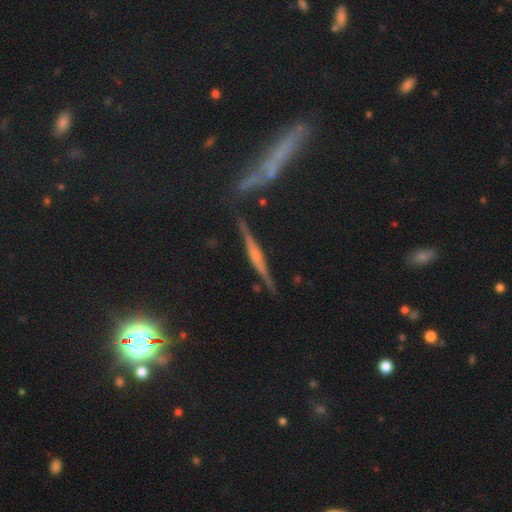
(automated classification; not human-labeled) smooth_or_featured: featured or disk (p=0.73) [alt: smooth p=0.17]
disk_edge_on: yes (p=0.96) [alt: no p=0.04]
edge_on_bulge: rounded (p=0.56) [alt: none p=0.24]
merging: none (p=0.81) [alt: minor disturbance p=0.12]